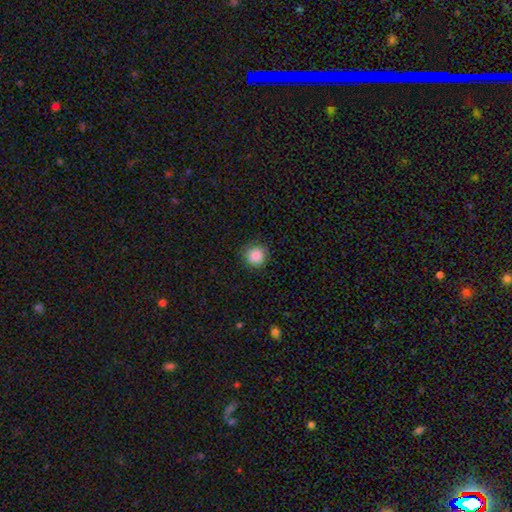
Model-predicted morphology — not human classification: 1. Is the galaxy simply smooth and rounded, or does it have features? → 87% smooth, 9% star or artifact, 3% featured or disk.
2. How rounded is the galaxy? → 93% round, 6% in between, 1% cigar-shaped.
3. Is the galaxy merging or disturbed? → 86% none, 10% minor disturbance, 3% major disturbance, 1% merger.